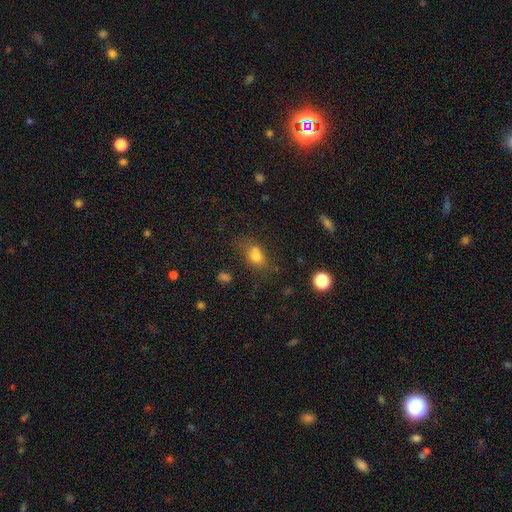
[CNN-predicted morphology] The model was most divided on "merging": none: 50%, merger: 22%, minor disturbance: 19%, major disturbance: 9%. More confident: smooth or featured — smooth (72%); how rounded — in between (64%).